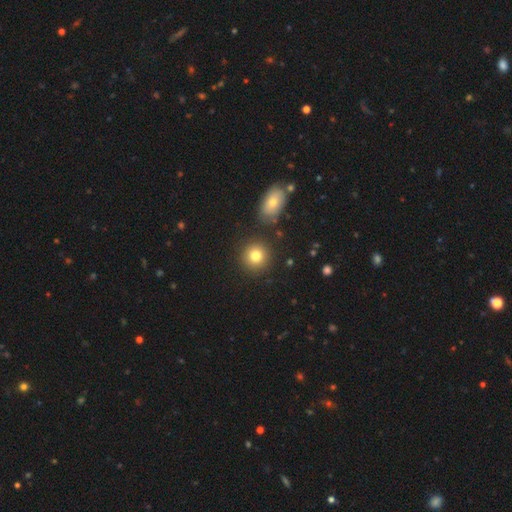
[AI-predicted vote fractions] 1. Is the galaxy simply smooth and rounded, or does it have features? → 81% smooth, 11% star or artifact, 9% featured or disk.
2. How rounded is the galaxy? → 91% round, 8% in between, 1% cigar-shaped.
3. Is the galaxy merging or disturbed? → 85% none, 7% minor disturbance, 5% merger, 3% major disturbance.